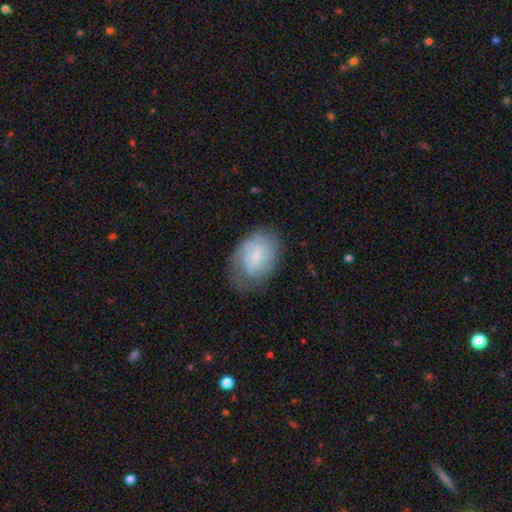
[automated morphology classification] This appears to be a featured or disk galaxy (53%) with a weak bar (52%), spiral arms (79%) and a small central bulge (68%). Merging: none (61%).